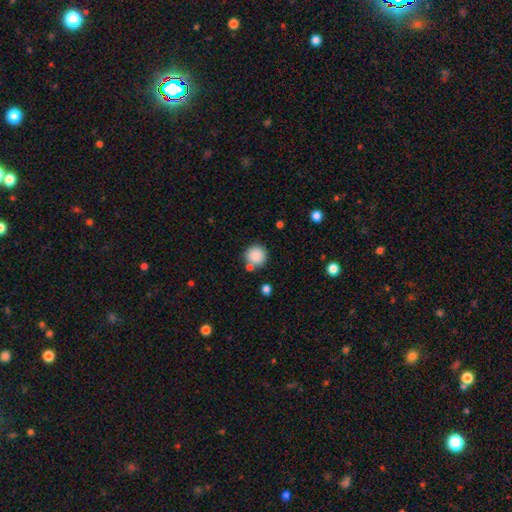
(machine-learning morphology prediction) Smooth or featured? smooth (87%)
How rounded? round (94%)
Merging? none (76%)